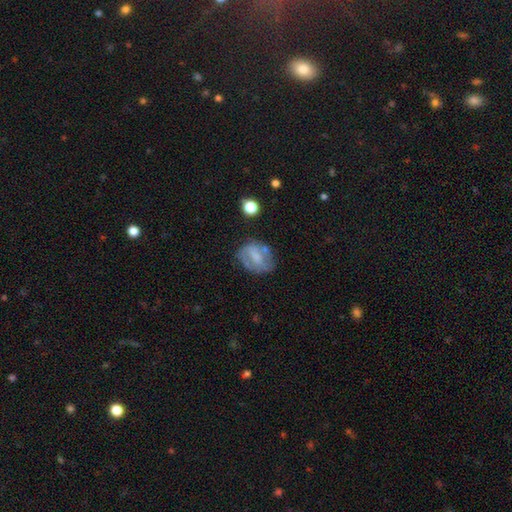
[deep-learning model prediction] Smooth or featured: smooth — 47% (featured or disk — 44%)
Merging: none — 55% (minor disturbance — 25%)